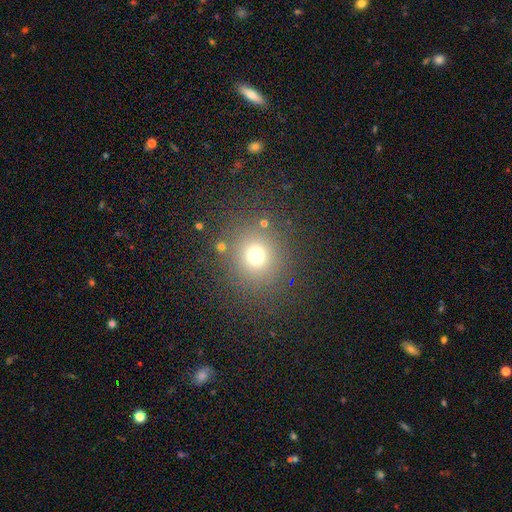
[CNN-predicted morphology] Smooth or featured? smooth (71%)
How rounded? round (90%)
Merging? none (83%)